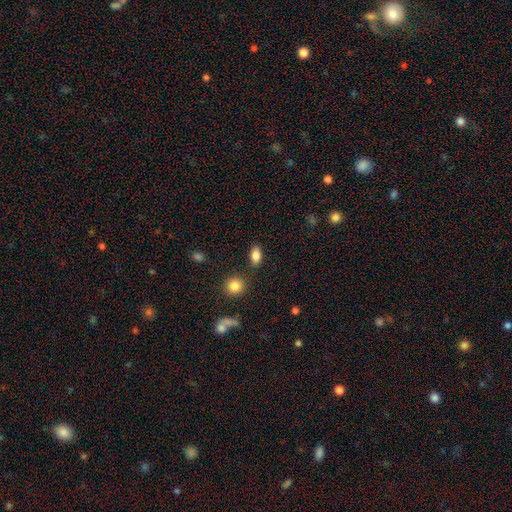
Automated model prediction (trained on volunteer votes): This is clearly a smooth galaxy (85%). How rounded: clearly in between (87%). Merging: clearly none (83%).